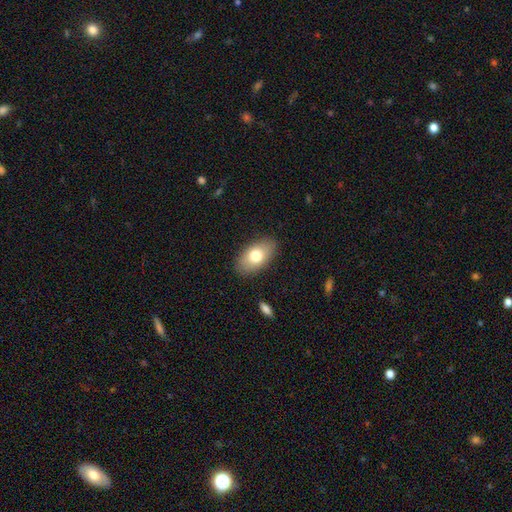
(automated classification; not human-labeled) Smooth or featured: smooth — 75% (featured or disk — 18%)
How rounded: in between — 93% (round — 5%)
Merging: none — 86% (minor disturbance — 10%)